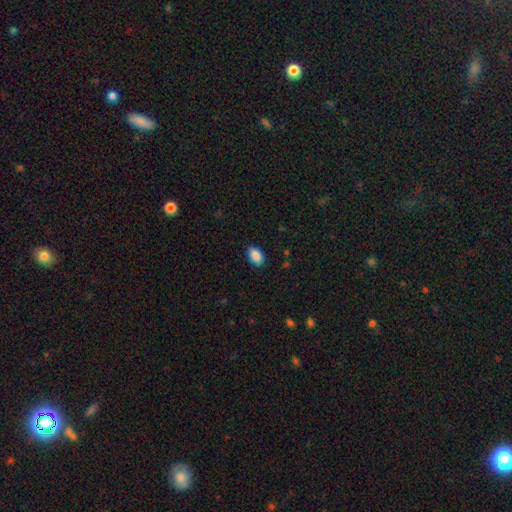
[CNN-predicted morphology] type=smooth (89%); roundness=in between (92%); merging=none (86%).